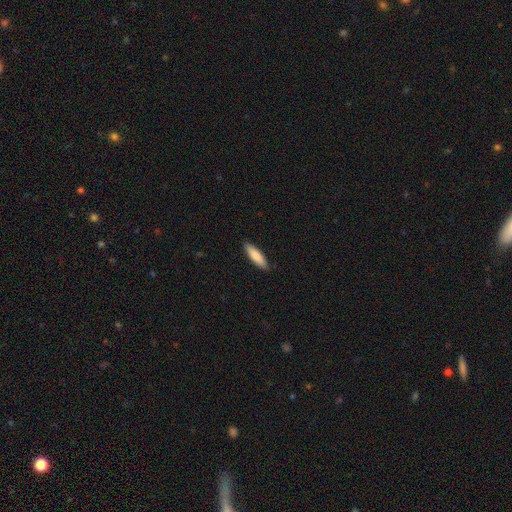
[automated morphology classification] type=smooth (82%); roundness=cigar-shaped (65%); merging=none (89%).